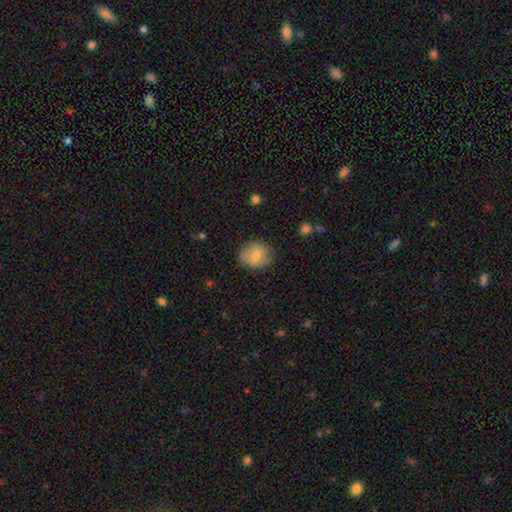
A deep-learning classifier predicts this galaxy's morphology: Smooth or featured? Predicted: smooth (p=0.74). How rounded? Predicted: round (p=0.64). Merging? Predicted: none (p=0.73).